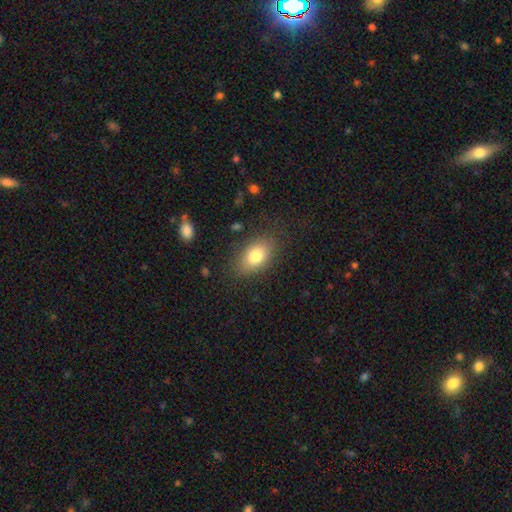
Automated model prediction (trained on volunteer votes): Morphology: type=smooth (78%); roundness=in between (86%); merging=none (81%).